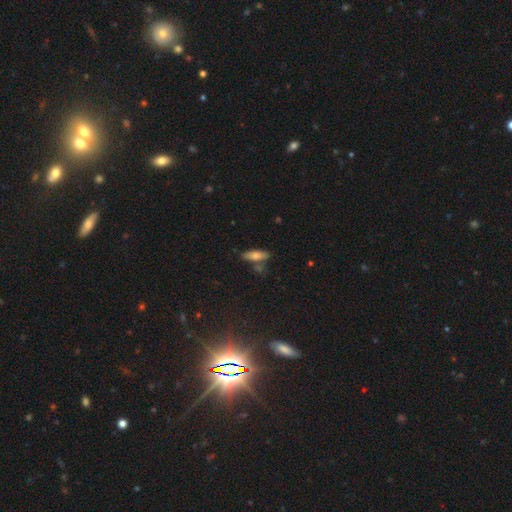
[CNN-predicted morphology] Smooth or featured? Predicted: smooth (p=0.72). How rounded? Predicted: in between (p=0.55). Merging? Predicted: none (p=0.72).